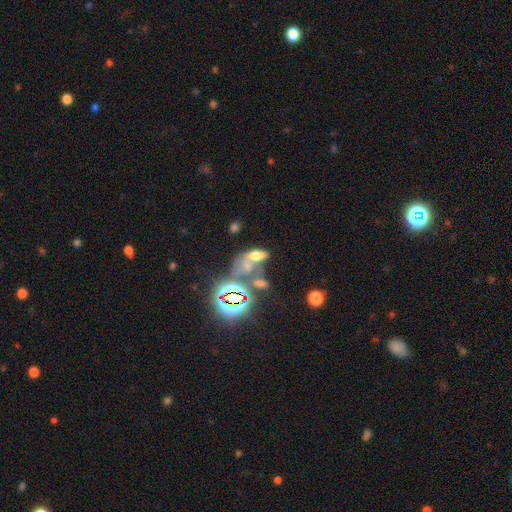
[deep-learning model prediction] Q: Smooth or featured?
A: smooth (43%); runner-up: star or artifact (32%)
Q: Merging?
A: merger (51%); runner-up: none (22%)